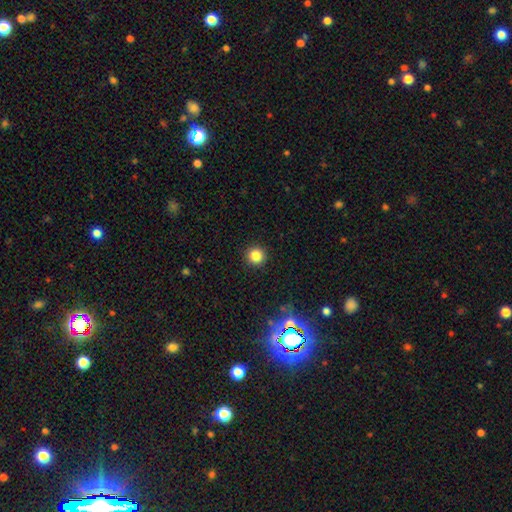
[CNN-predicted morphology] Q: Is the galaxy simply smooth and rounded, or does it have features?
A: smooth — 83%.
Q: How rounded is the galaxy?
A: round — 96%.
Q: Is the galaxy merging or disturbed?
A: none — 92%.